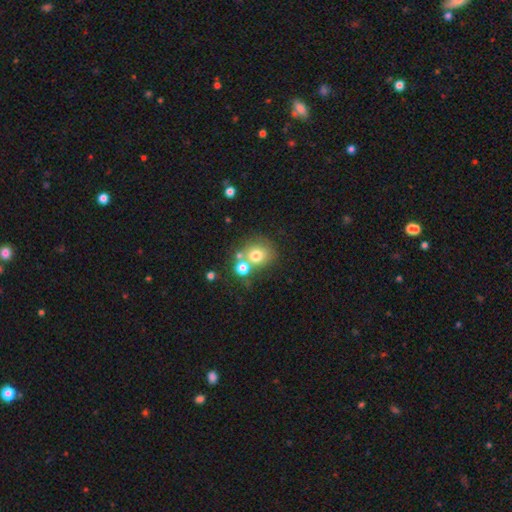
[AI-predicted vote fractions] A smooth galaxy with no disk features (72%) that is round (82%).

Vote fractions:
- Smooth or featured? smooth: 72% / star or artifact: 14% / featured or disk: 14%
- How rounded? round: 82% / in between: 17% / cigar-shaped: 1%
- Merging? none: 54% / merger: 30% / minor disturbance: 10% / major disturbance: 6%